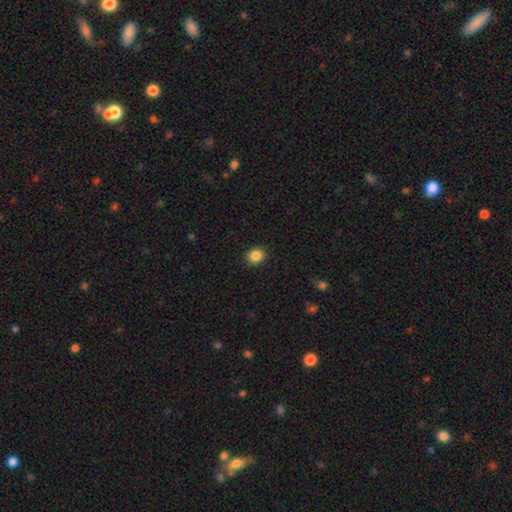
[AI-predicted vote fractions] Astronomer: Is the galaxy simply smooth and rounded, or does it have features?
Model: smooth — 87%.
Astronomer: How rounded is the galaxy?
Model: round — 75%.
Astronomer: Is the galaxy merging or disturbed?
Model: none — 91%.